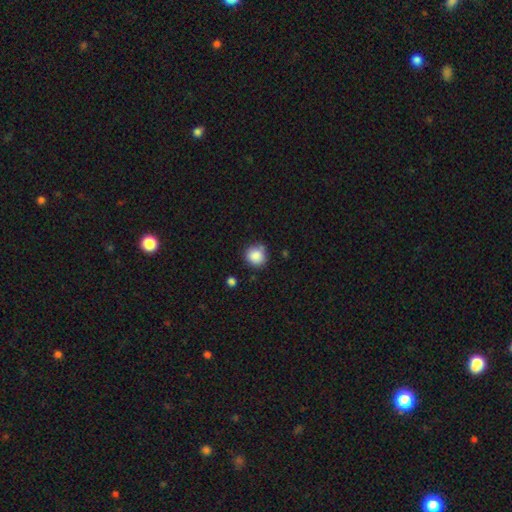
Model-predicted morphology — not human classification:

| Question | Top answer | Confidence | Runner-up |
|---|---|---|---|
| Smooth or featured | smooth | 87% | star or artifact (9%) |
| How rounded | round | 89% | in between (10%) |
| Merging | none | 77% | minor disturbance (15%) |